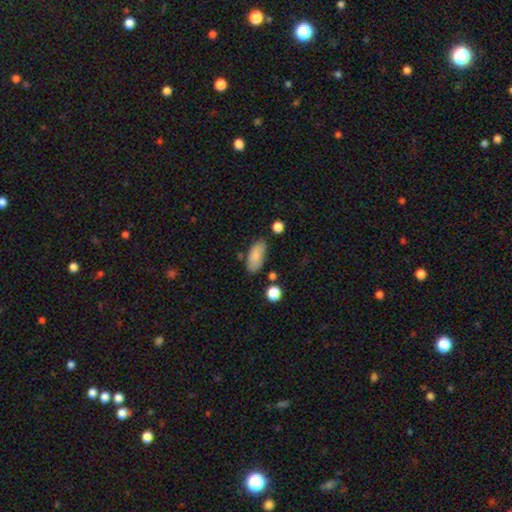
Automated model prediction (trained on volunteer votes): smooth_or_featured: smooth (p=0.84) [alt: featured or disk p=0.09]
how_rounded: in between (p=0.89) [alt: cigar-shaped p=0.08]
merging: none (p=0.77) [alt: minor disturbance p=0.16]